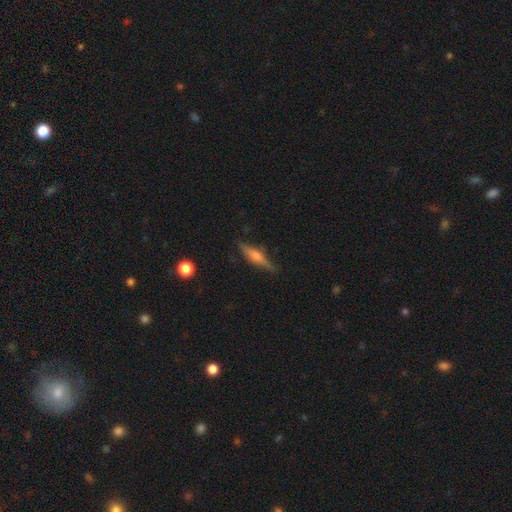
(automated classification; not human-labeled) Smooth or featured? Predicted: featured or disk (p=0.62). Edge-on disk? Predicted: yes (p=0.96). Edge-on bulge? Predicted: rounded (p=0.83). Merging? Predicted: none (p=0.84).